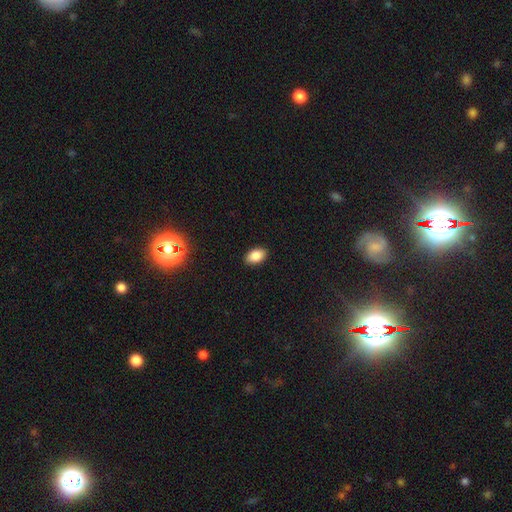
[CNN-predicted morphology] Overall: smooth (85%). How rounded: in between (91%). Merging: none (89%).